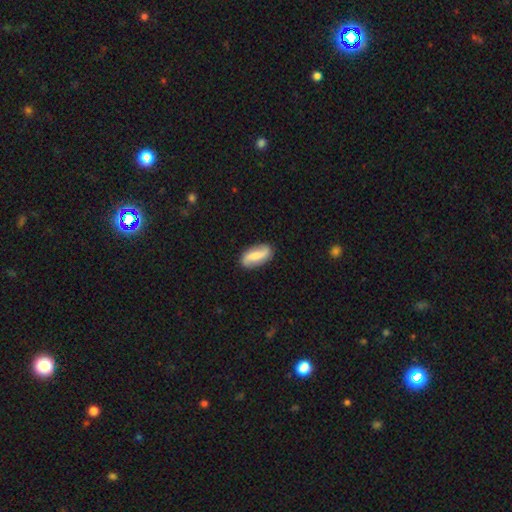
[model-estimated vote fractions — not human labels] Smooth or featured? featured or disk (53%)
Edge-on disk? no (92%)
Merging? none (85%)